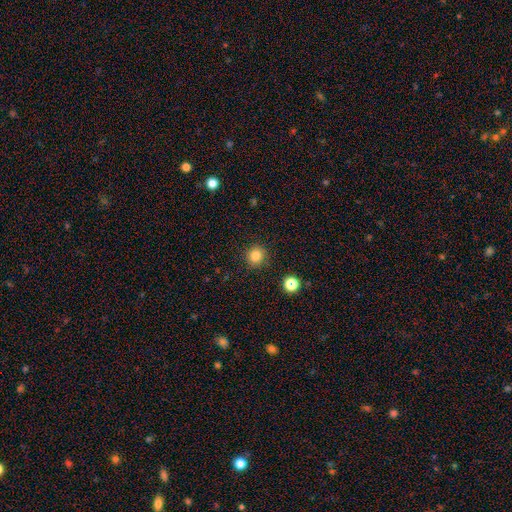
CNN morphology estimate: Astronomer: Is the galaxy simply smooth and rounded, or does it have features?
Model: smooth — 82%.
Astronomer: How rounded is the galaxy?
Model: round — 93%.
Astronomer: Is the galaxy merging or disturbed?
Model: none — 91%.